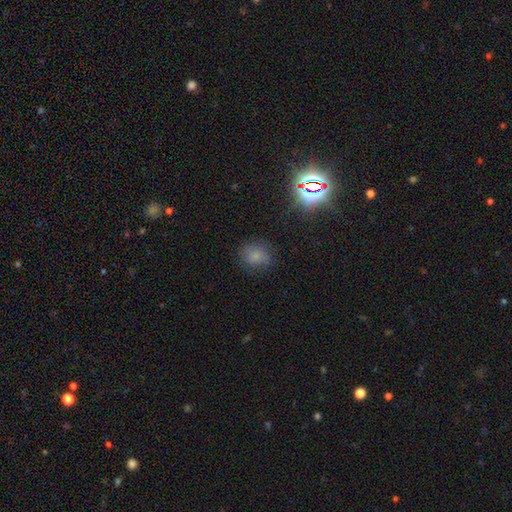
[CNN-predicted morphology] A smooth galaxy with no disk features (69%) that is round (70%).

Vote fractions:
- Smooth or featured? smooth: 69% / star or artifact: 19% / featured or disk: 11%
- How rounded? round: 70% / in between: 28% / cigar-shaped: 1%
- Merging? none: 72% / minor disturbance: 19% / major disturbance: 7% / merger: 2%